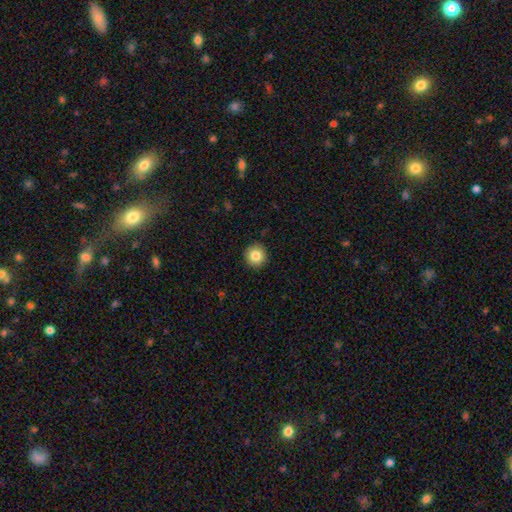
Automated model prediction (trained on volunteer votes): Smooth or featured?
  - smooth: 84% *
  - star or artifact: 9%
  - featured or disk: 7%
How rounded?
  - round: 94% *
  - in between: 5%
  - cigar-shaped: 1%
Merging?
  - none: 91% *
  - minor disturbance: 6%
  - major disturbance: 2%
  - merger: 1%